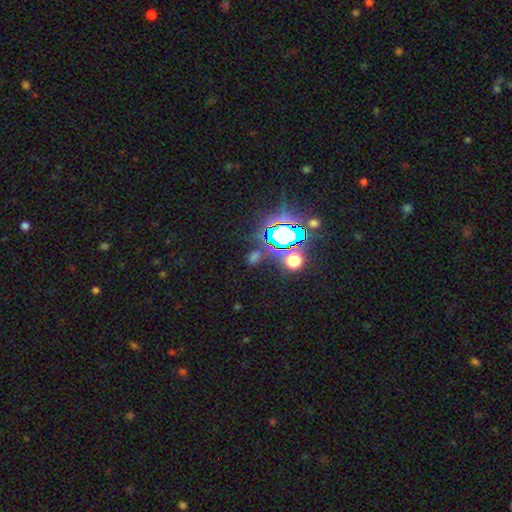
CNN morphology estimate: The model was most divided on "smooth or featured": star or artifact: 63%, smooth: 28%, featured or disk: 9%.